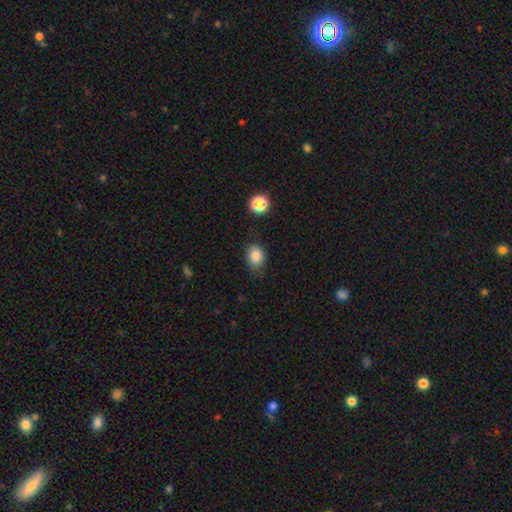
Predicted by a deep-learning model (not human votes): Smooth or featured?
  - smooth: 85% *
  - star or artifact: 10%
  - featured or disk: 5%
How rounded?
  - in between: 59% *
  - round: 40%
  - cigar-shaped: 1%
Merging?
  - none: 72% *
  - minor disturbance: 21%
  - major disturbance: 4%
  - merger: 2%